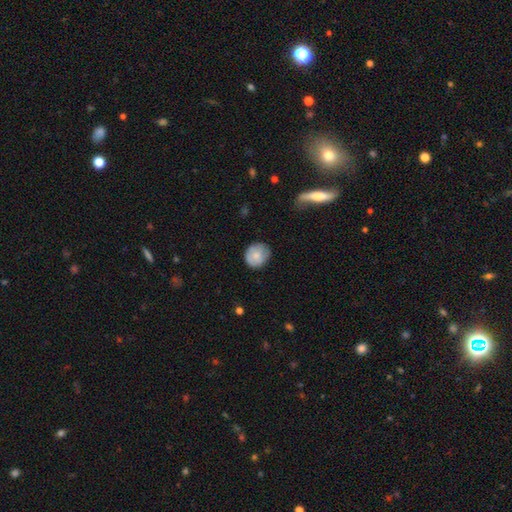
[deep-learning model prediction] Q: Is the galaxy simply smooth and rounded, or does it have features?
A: smooth — 71%.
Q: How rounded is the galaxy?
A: round — 78%.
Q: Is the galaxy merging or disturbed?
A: none — 72%.